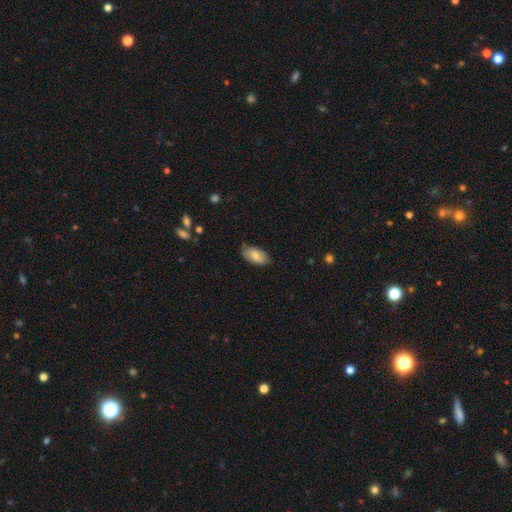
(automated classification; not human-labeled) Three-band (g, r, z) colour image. It shows a smooth galaxy with no disk features (81%) that is in between round and cigar-shaped (93%). Merging: none (76%).